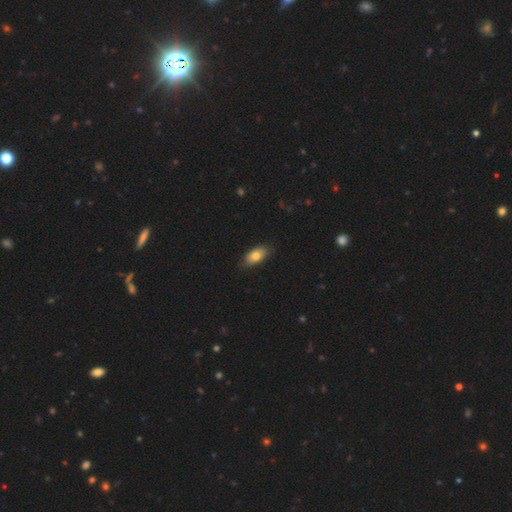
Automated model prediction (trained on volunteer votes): Smooth or featured? Predicted: smooth (p=0.77). How rounded? Predicted: in between (p=0.90). Merging? Predicted: none (p=0.82).